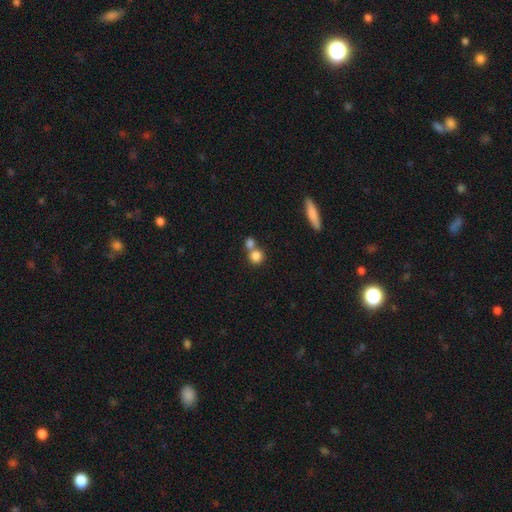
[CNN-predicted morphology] Smooth or featured: smooth — 82% (star or artifact — 10%)
How rounded: round — 88% (in between — 11%)
Merging: none — 47% (merger — 43%)